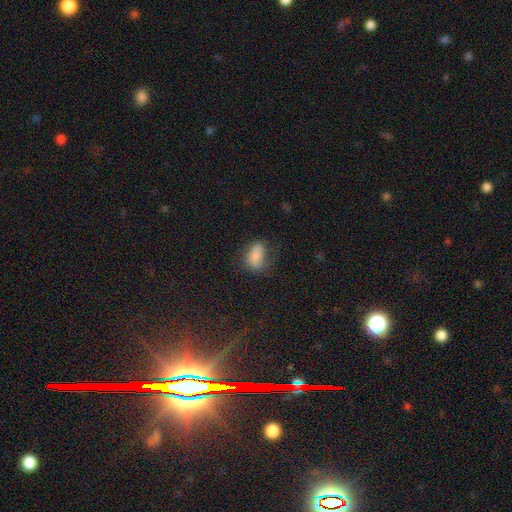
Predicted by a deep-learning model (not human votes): This appears to be a smooth galaxy with no disk features (75%) that is in between round and cigar-shaped (89%). Merging: none (51%).